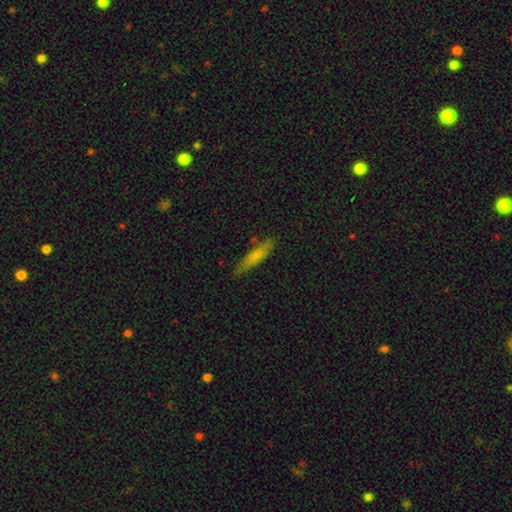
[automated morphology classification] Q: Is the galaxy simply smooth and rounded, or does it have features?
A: smooth — 70%.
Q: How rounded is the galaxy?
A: cigar-shaped — 83%.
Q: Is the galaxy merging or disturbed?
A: none — 80%.